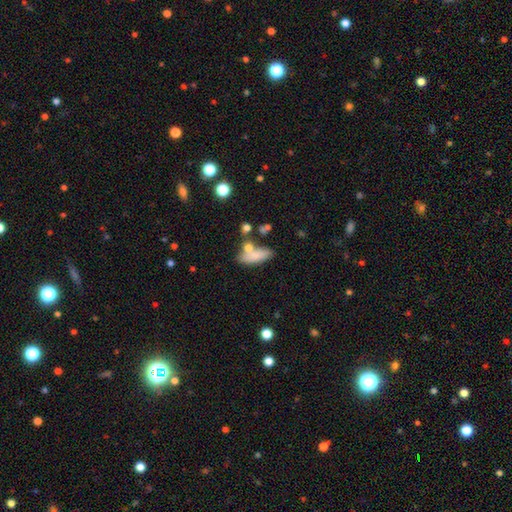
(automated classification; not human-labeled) A smooth galaxy with no disk features (77%) that is in between round and cigar-shaped (67%).

Vote fractions:
- Smooth or featured? smooth: 77% / featured or disk: 15% / star or artifact: 8%
- How rounded? in between: 67% / cigar-shaped: 29% / round: 4%
- Merging? none: 50% / merger: 24% / minor disturbance: 18% / major disturbance: 8%